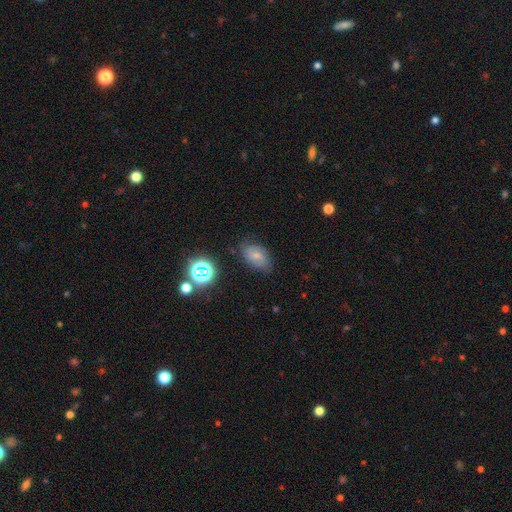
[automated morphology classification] Overall: smooth (53%; featured or disk 32%). How rounded: in between (83%). Merging: none (69%).